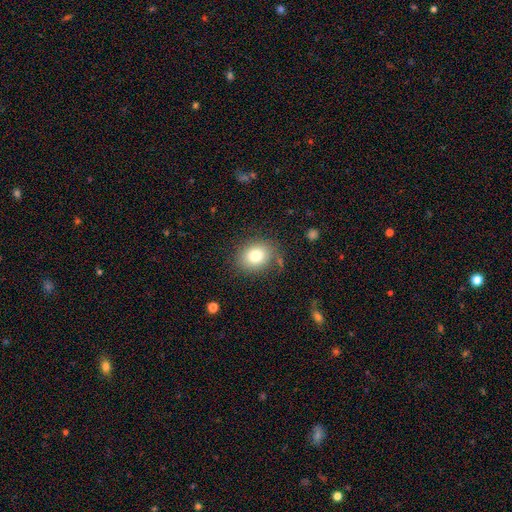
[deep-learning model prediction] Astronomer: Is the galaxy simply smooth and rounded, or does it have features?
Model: smooth — 77%.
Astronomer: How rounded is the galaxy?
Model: round — 56% (runner-up: in between, 43%).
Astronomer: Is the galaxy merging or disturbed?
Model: none — 80%.